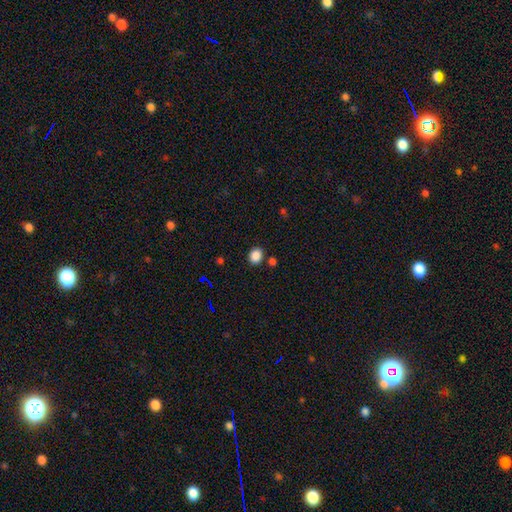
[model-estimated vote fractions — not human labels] Smooth or featured?
  - smooth: 87% *
  - star or artifact: 10%
  - featured or disk: 3%
How rounded?
  - round: 64% *
  - in between: 35%
  - cigar-shaped: 1%
Merging?
  - none: 83% *
  - minor disturbance: 9%
  - merger: 5%
  - major disturbance: 3%